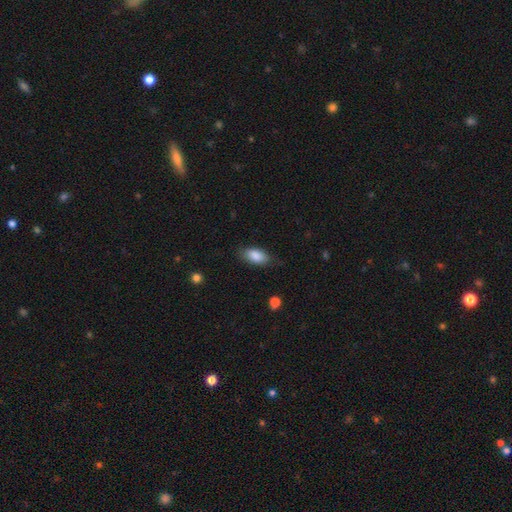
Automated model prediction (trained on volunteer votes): A smooth galaxy with no disk features (86%) that is in between round and cigar-shaped (91%). Merging: none (77%).